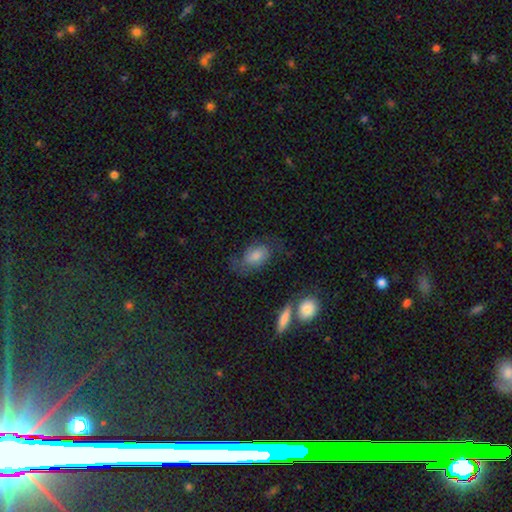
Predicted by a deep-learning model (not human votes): Smooth or featured: smooth — 48% (featured or disk — 42%)
Merging: none — 55% (minor disturbance — 24%)